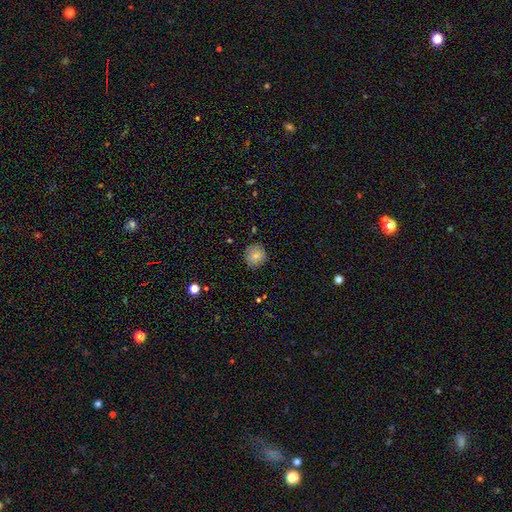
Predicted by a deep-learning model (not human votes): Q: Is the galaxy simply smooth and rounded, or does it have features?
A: smooth — 72%.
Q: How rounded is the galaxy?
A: round — 90%.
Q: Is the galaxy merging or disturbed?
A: none — 82%.